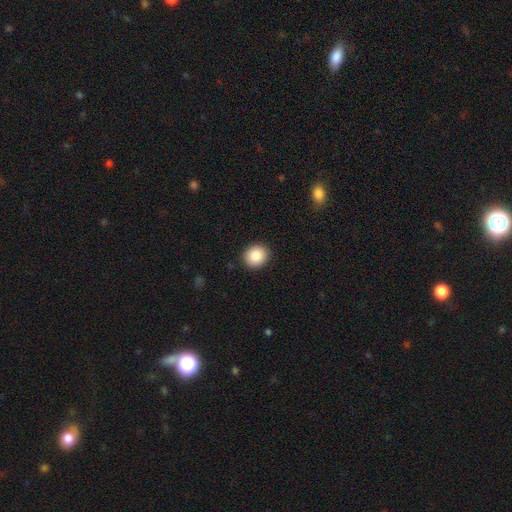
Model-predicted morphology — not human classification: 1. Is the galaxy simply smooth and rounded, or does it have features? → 86% smooth, 8% star or artifact, 6% featured or disk.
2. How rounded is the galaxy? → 78% round, 21% in between, 1% cigar-shaped.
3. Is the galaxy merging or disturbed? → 91% none, 6% minor disturbance, 2% major disturbance, 1% merger.